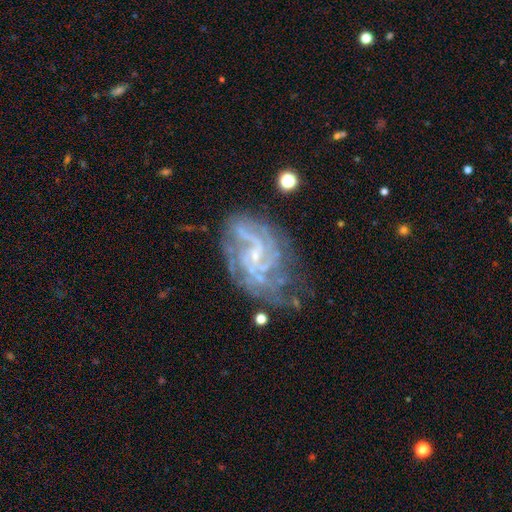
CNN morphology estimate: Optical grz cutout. It shows a featured or disk galaxy (85%) with no bar (49%), tight (44%) spiral arms (92%) and a small central bulge (76%). Merging: none (51%).